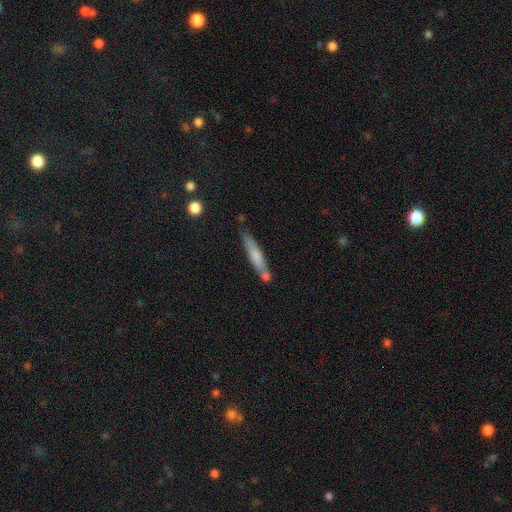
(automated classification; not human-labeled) smooth_or_featured: smooth (p=0.61) [alt: featured or disk p=0.33]
how_rounded: cigar-shaped (p=0.91) [alt: in between p=0.08]
merging: none (p=0.67) [alt: minor disturbance p=0.16]